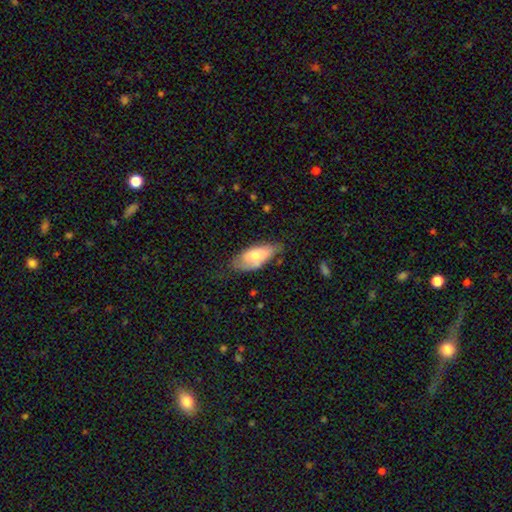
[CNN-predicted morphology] This appears to be a smooth galaxy with no disk features (64%) that is in between round and cigar-shaped (87%). Merging: none (54%).